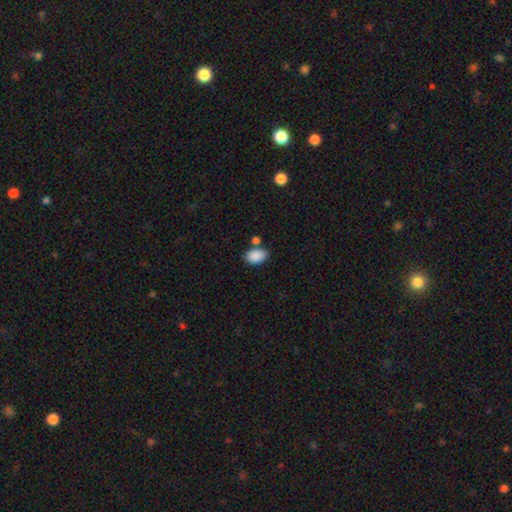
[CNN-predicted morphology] type=smooth (89%); roundness=in between (89%); merging=none (70%).